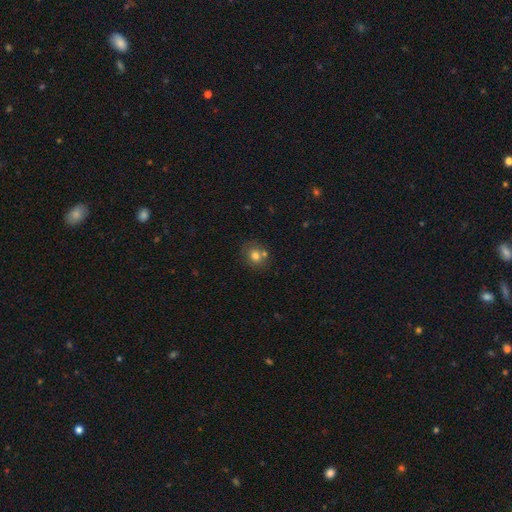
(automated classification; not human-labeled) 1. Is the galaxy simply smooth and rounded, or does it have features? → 75% smooth, 13% featured or disk, 12% star or artifact.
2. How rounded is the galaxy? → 68% round, 31% in between, 1% cigar-shaped.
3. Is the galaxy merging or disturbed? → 63% none, 21% merger, 13% minor disturbance, 4% major disturbance.